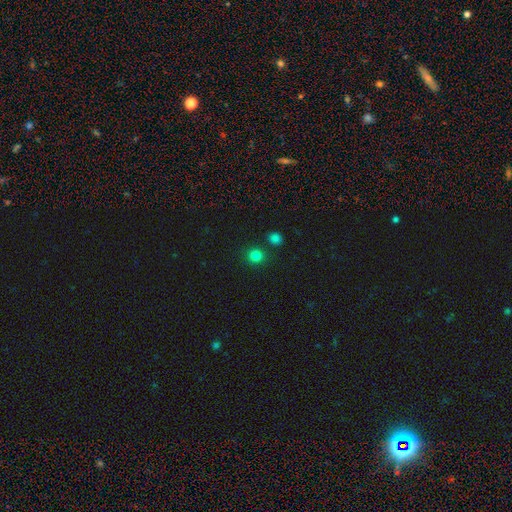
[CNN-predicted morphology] smooth-or-featured: smooth: 80% | star or artifact: 15% | featured or disk: 4%
  how-rounded: round: 91% | in between: 8% | cigar-shaped: 1%
  merging: none: 85% | merger: 7% | minor disturbance: 6% | major disturbance: 2%